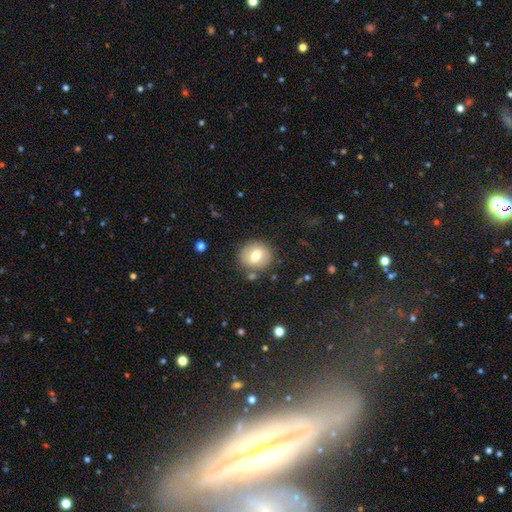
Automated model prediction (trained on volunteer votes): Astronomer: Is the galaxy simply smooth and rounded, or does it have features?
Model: smooth — 70%.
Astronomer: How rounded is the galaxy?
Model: round — 82%.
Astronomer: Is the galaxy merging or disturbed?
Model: none — 82%.